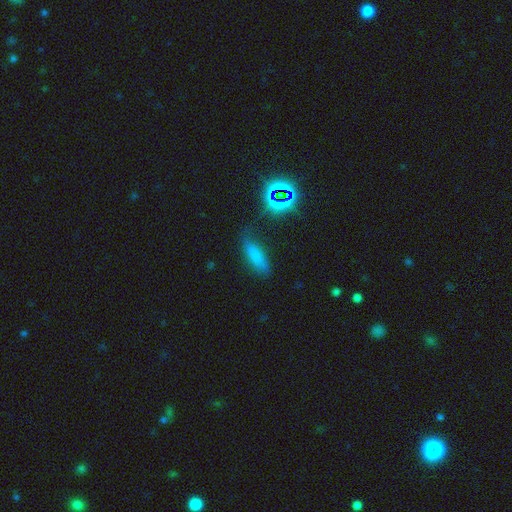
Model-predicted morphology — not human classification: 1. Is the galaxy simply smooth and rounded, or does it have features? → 71% smooth, 16% star or artifact, 13% featured or disk.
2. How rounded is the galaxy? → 55% in between, 41% cigar-shaped, 3% round.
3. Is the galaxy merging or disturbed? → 69% none, 20% minor disturbance, 7% major disturbance, 4% merger.